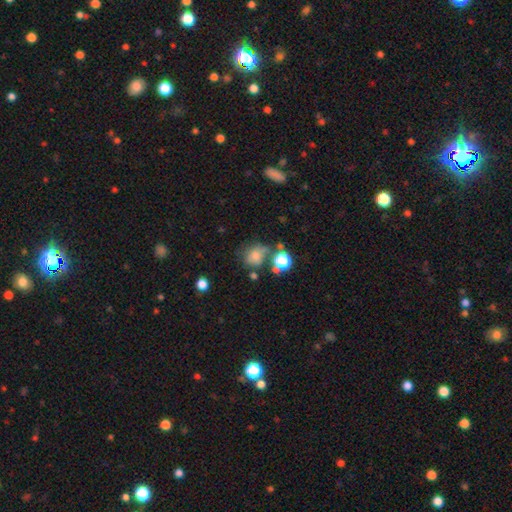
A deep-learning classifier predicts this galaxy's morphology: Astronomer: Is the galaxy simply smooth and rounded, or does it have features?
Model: smooth — 69%.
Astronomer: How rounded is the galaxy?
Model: round — 67%.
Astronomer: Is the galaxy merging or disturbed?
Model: none — 45% (runner-up: minor disturbance, 22%).